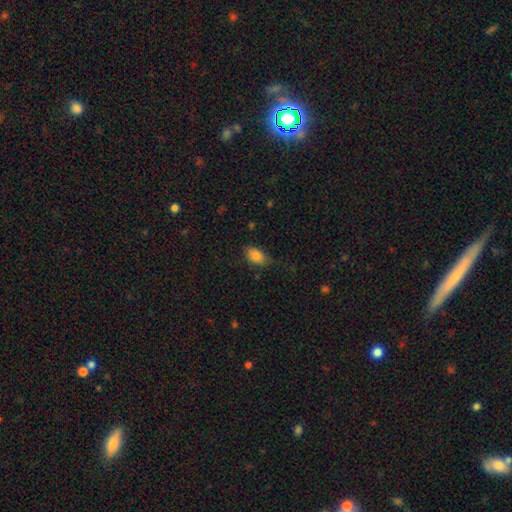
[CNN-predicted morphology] This is clearly a smooth galaxy (85%). How rounded: clearly in between (89%). Merging: likely none (70%).